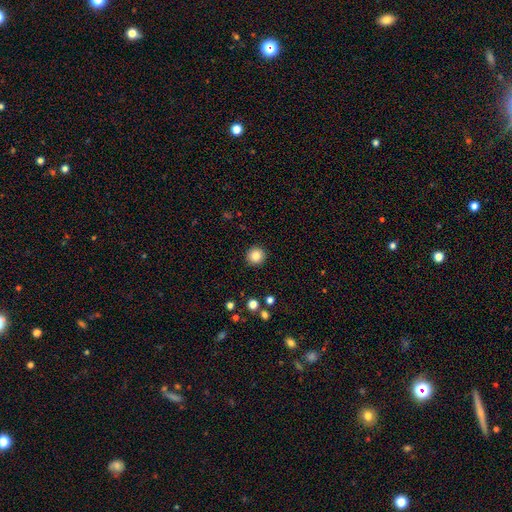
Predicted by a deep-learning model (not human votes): Smooth or featured?
  - smooth: 84% *
  - star or artifact: 10%
  - featured or disk: 6%
How rounded?
  - round: 94% *
  - in between: 5%
  - cigar-shaped: 1%
Merging?
  - none: 92% *
  - minor disturbance: 5%
  - major disturbance: 2%
  - merger: 1%